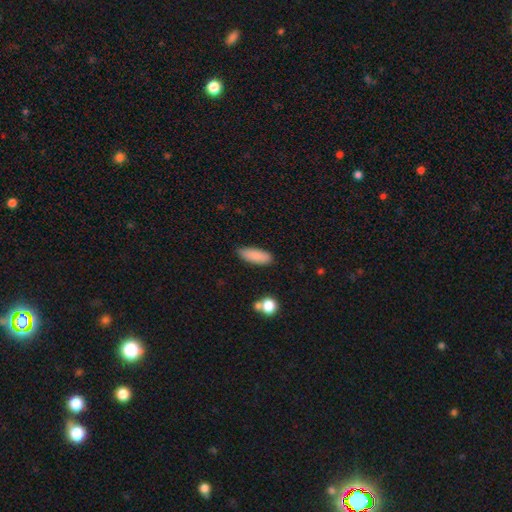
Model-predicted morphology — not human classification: The model was most divided on "how rounded": in between: 64%, cigar-shaped: 34%, round: 2%. More confident: smooth or featured — smooth (87%); merging — none (82%).